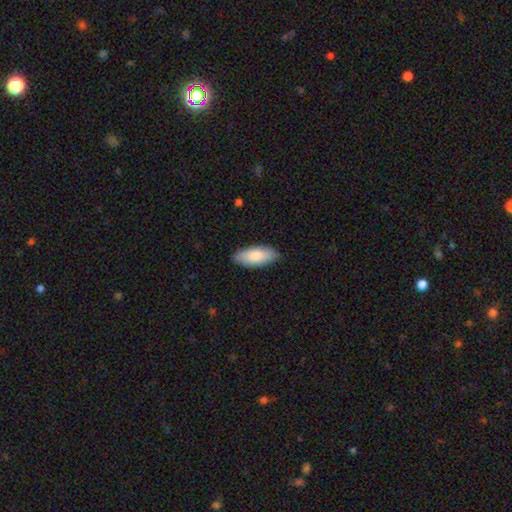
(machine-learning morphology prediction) Smooth or featured: smooth — 82% (featured or disk — 13%)
How rounded: in between — 86% (cigar-shaped — 12%)
Merging: none — 86% (minor disturbance — 11%)